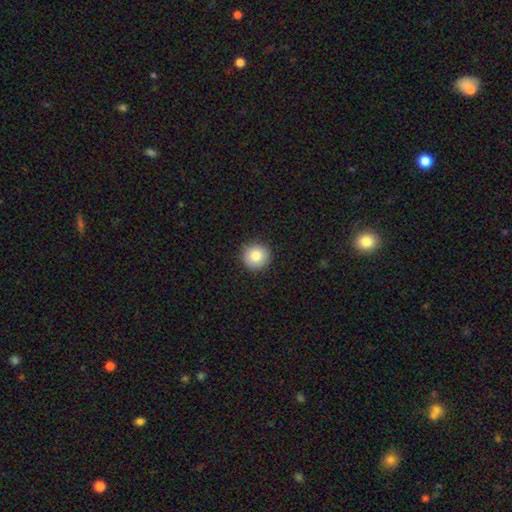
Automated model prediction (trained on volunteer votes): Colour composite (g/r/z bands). It shows a smooth galaxy with no disk features (84%) that is round (94%). Merging: none (90%).